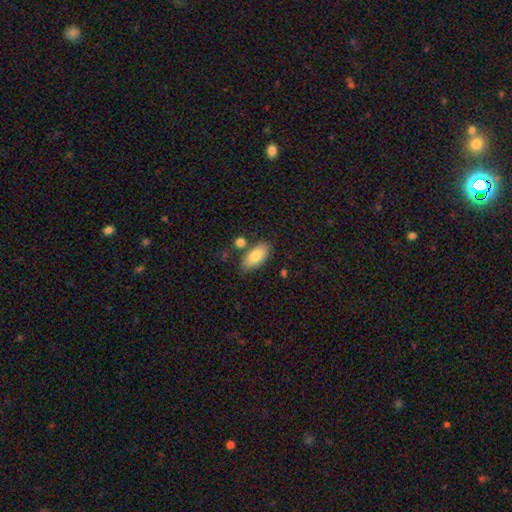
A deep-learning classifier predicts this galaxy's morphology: type=smooth (80%); roundness=in between (92%); merging=none (76%).